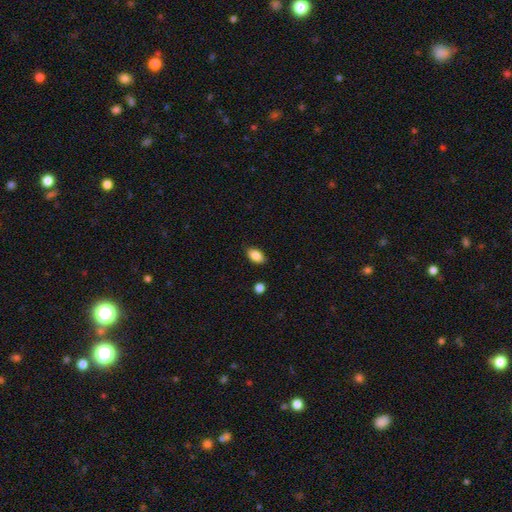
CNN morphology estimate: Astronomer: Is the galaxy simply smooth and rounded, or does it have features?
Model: smooth — 86%.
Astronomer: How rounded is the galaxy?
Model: in between — 90%.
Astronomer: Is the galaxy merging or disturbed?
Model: none — 86%.